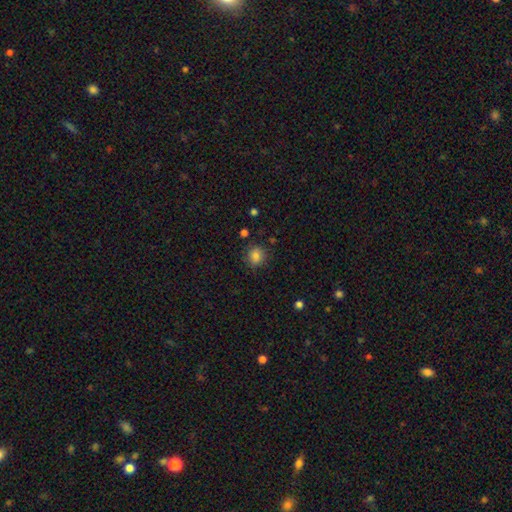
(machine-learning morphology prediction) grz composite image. It shows a smooth galaxy with no disk features (84%) that is round (84%). Merging: none (85%).